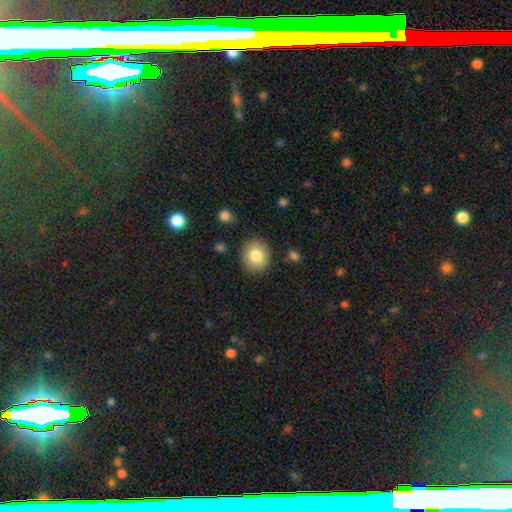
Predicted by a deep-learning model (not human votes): This appears to be a smooth galaxy with no disk features (81%) that is round (79%). Merging: none (87%).